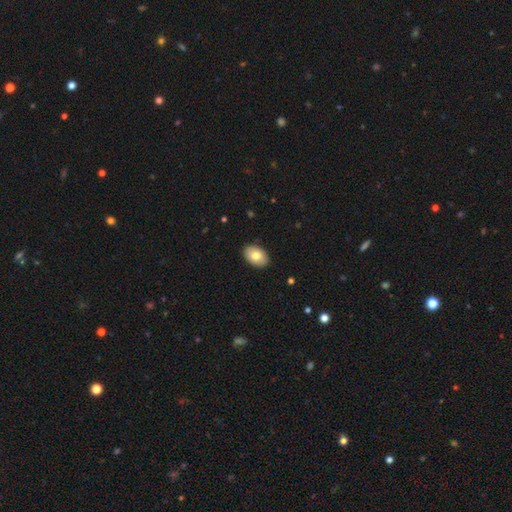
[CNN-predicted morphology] Smooth or featured? smooth (79%)
How rounded? in between (89%)
Merging? none (90%)